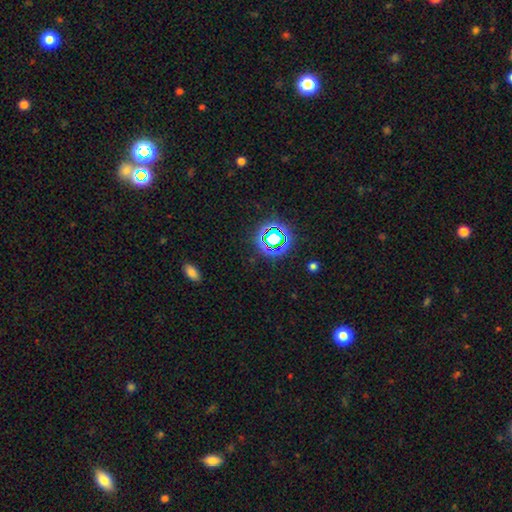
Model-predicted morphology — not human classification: This appears to be a star or artifact, not a galaxy (67%).